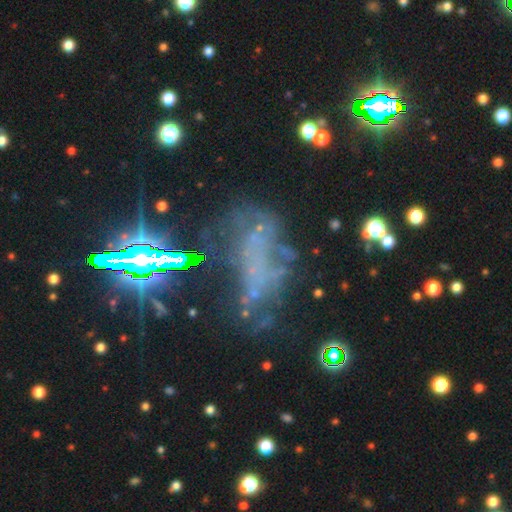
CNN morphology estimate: Q: Smooth or featured?
A: star or artifact (43%); runner-up: featured or disk (36%)